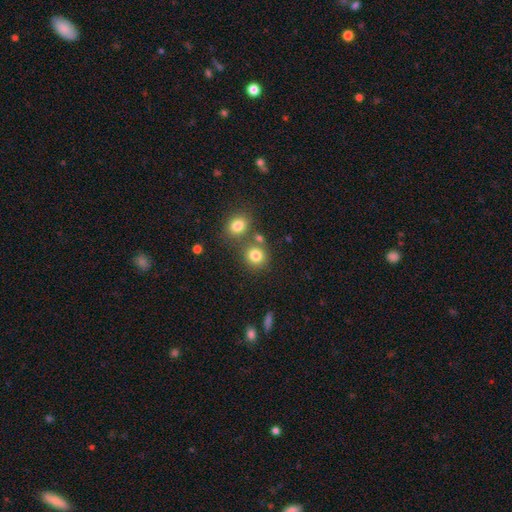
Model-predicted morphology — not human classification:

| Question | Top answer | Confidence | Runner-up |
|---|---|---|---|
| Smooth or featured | smooth | 80% | star or artifact (13%) |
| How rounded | round | 85% | in between (14%) |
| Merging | none | 66% | merger (21%) |